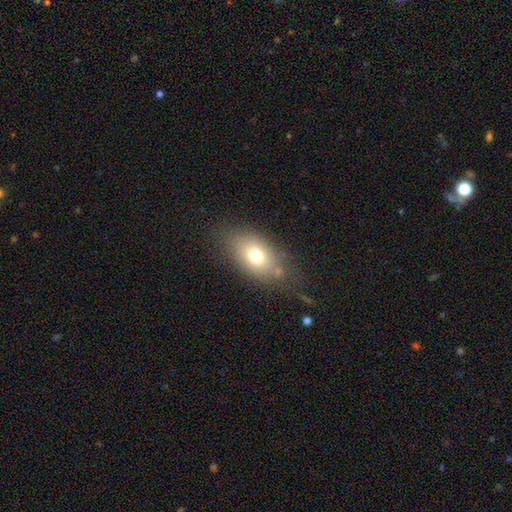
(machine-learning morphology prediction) Q: Smooth or featured?
A: smooth (73%); runner-up: featured or disk (16%)
Q: How rounded?
A: in between (83%); runner-up: round (15%)
Q: Merging?
A: none (71%); runner-up: minor disturbance (17%)